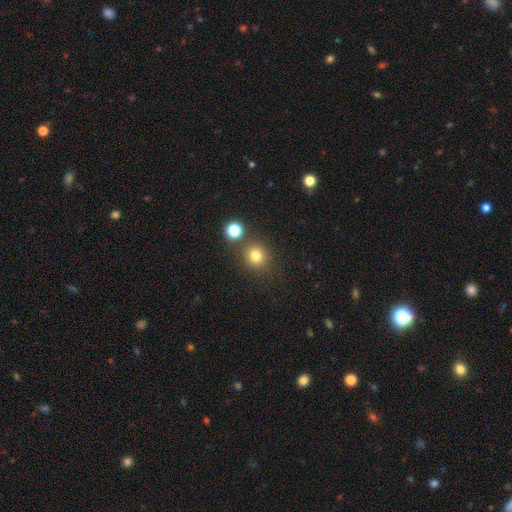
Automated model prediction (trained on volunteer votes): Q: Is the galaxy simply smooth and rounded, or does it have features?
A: smooth — 78%.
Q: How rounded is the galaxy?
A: round — 90%.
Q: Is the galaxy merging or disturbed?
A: none — 81%.